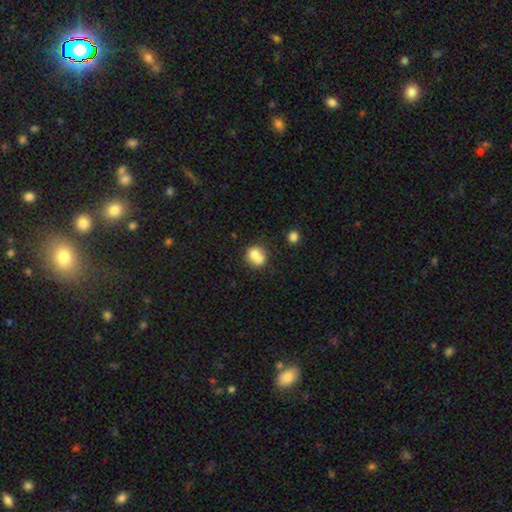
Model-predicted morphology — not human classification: smooth_or_featured: smooth (p=0.71) [alt: featured or disk p=0.19]
how_rounded: round (p=0.76) [alt: in between p=0.24]
merging: merger (p=0.53) [alt: none p=0.34]